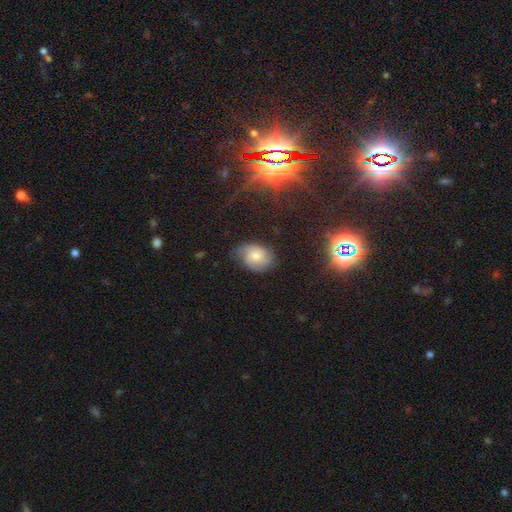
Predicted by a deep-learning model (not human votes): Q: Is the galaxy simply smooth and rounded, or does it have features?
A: smooth — 48%.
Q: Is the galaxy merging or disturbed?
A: none — 61%.